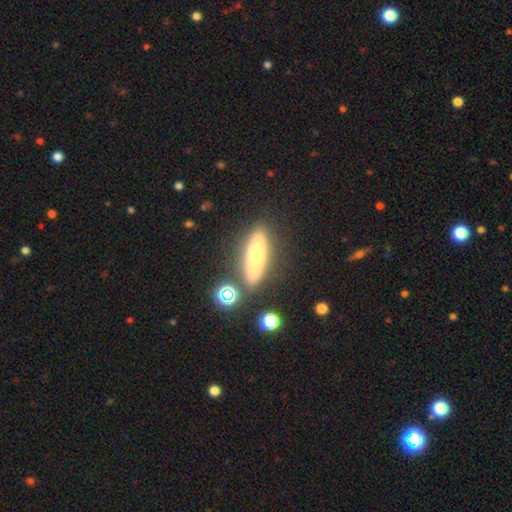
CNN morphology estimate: Q: Smooth or featured?
A: smooth (58%); runner-up: featured or disk (33%)
Q: How rounded?
A: cigar-shaped (72%); runner-up: in between (25%)
Q: Merging?
A: none (79%); runner-up: minor disturbance (12%)